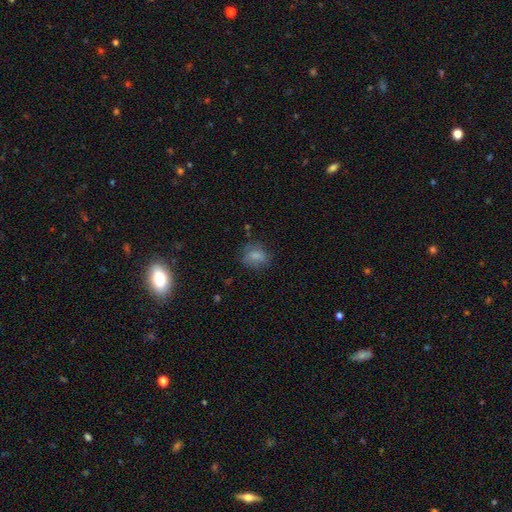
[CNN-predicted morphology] Overall: smooth (75%). How rounded: round (52%; in between 47%). Merging: none (62%; minor disturbance 24%).